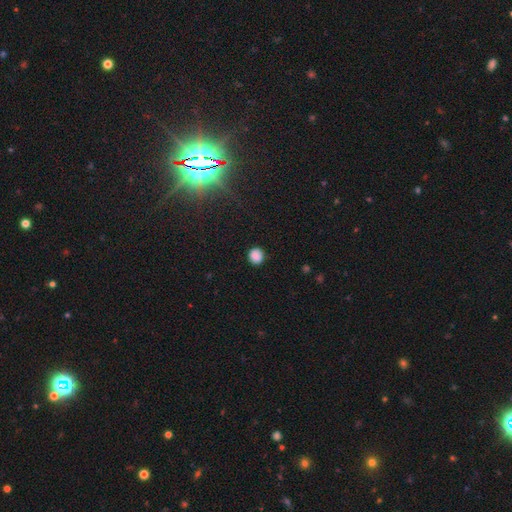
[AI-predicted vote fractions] Smooth or featured? smooth (86%)
How rounded? round (86%)
Merging? none (88%)